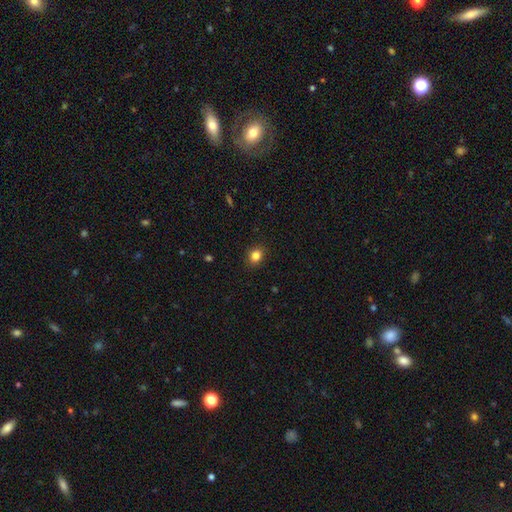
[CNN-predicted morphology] This is clearly a smooth galaxy (84%). How rounded: possibly round (57%). Merging: clearly none (89%).